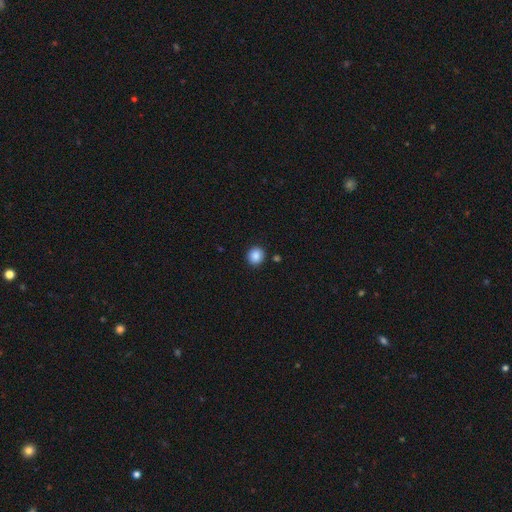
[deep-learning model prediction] A smooth galaxy with no disk features (88%) that is round (88%). Merging: none (90%).